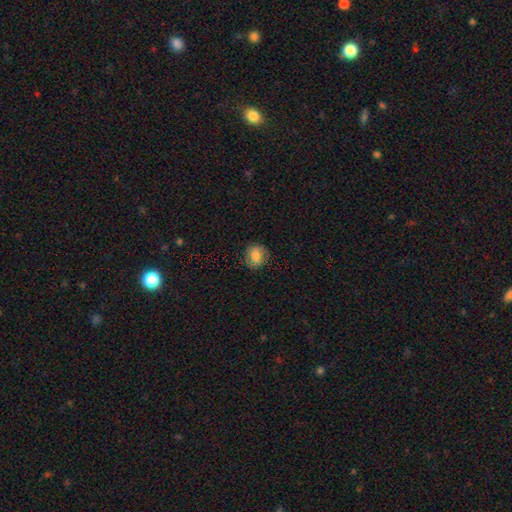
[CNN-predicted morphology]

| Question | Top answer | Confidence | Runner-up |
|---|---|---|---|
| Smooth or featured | smooth | 79% | star or artifact (11%) |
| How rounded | round | 70% | in between (29%) |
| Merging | none | 78% | minor disturbance (16%) |